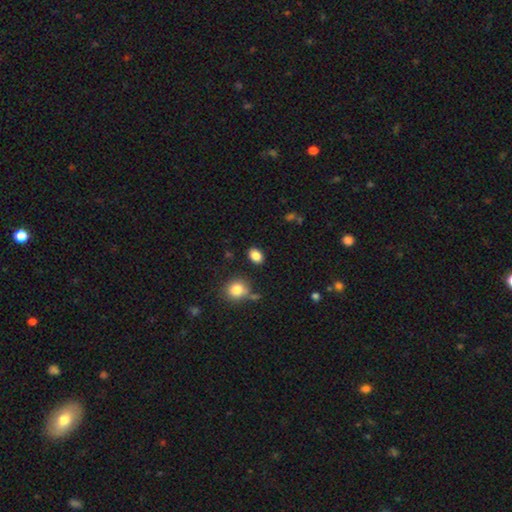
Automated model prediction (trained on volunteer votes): The model was most divided on "how rounded": in between: 76%, round: 23%, cigar-shaped: 1%. More confident: smooth or featured — smooth (86%); merging — none (85%).